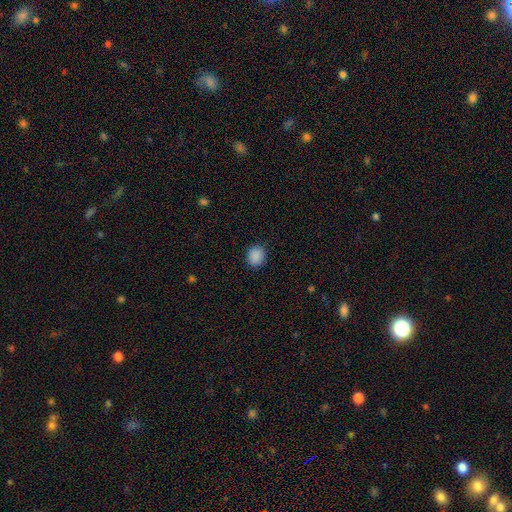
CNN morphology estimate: A smooth galaxy with no disk features (89%) that is round (75%).

Vote fractions:
- Smooth or featured? smooth: 89% / star or artifact: 9% / featured or disk: 3%
- How rounded? round: 75% / in between: 24% / cigar-shaped: 1%
- Merging? none: 89% / minor disturbance: 7% / major disturbance: 2% / merger: 1%